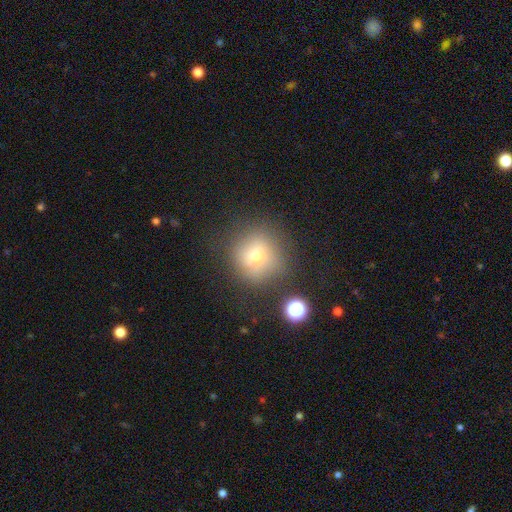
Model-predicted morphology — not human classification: This is likely a smooth galaxy (70%). How rounded: clearly round (91%). Merging: likely none (73%).